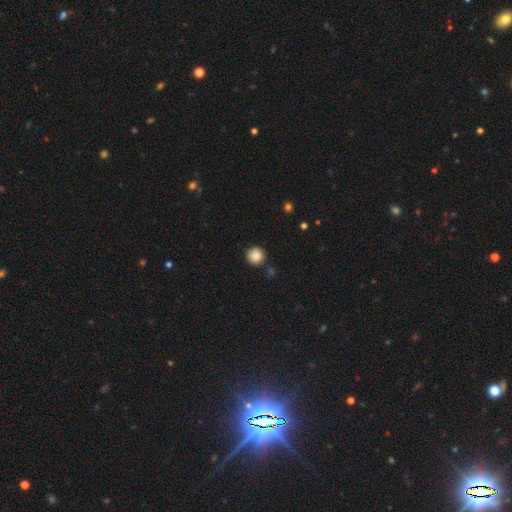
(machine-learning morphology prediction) Smooth or featured? smooth (87%)
How rounded? round (94%)
Merging? none (85%)